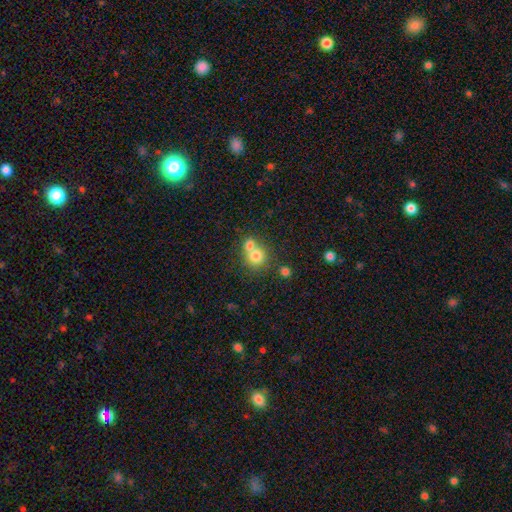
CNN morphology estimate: Smooth or featured?
  - smooth: 75% *
  - featured or disk: 14%
  - star or artifact: 11%
How rounded?
  - round: 83% *
  - in between: 16%
  - cigar-shaped: 1%
Merging?
  - merger: 53% *
  - none: 38%
  - minor disturbance: 6%
  - major disturbance: 3%